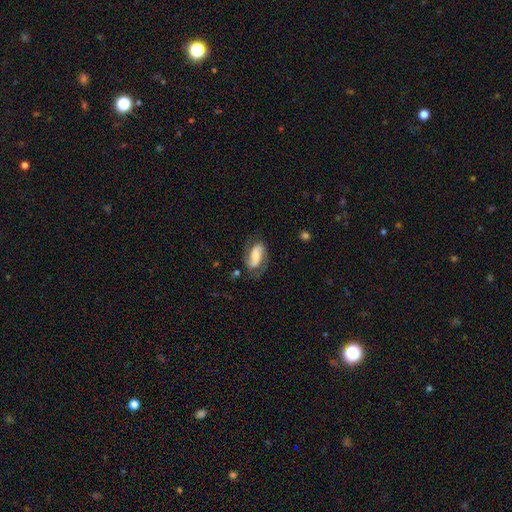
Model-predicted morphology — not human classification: type=featured or disk (69%); edge-on=no (96%); bar=no (36%); spiral arms=yes (92%); winding=medium (45%); arm count=2 (86%); bulge=small (35%); merging=none (66%).